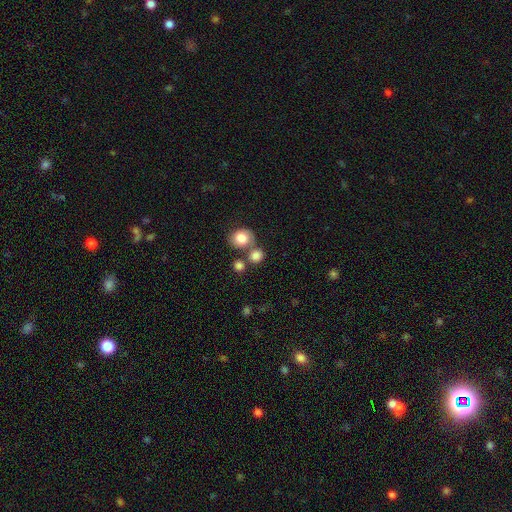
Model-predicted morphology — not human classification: smooth 80%, star or artifact 10%, featured or disk 10%. Down the decision tree: how rounded — round (77%); merging — none (53%).